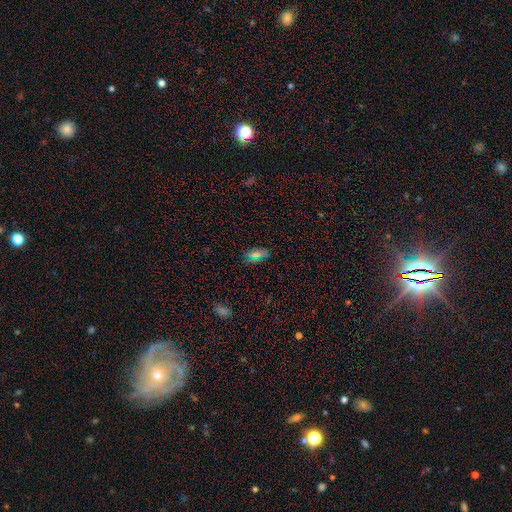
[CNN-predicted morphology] smooth-or-featured: smooth: 63% | star or artifact: 26% | featured or disk: 11%
  how-rounded: in between: 86% | cigar-shaped: 7% | round: 6%
  merging: none: 83% | minor disturbance: 12% | major disturbance: 4% | merger: 2%